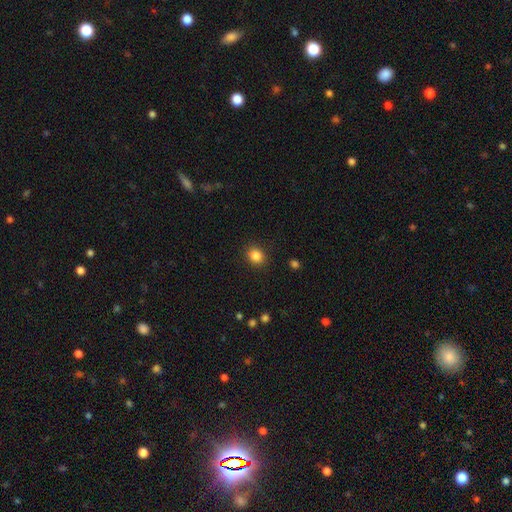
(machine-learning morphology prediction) A smooth galaxy with no disk features (84%) that is round (71%). Merging: none (87%).